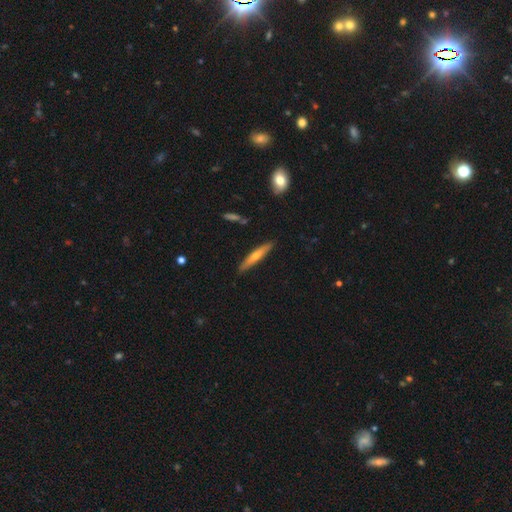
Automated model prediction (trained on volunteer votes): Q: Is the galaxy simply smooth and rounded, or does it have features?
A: smooth — 56%.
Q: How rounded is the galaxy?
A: cigar-shaped — 91%.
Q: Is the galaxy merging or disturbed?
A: none — 88%.